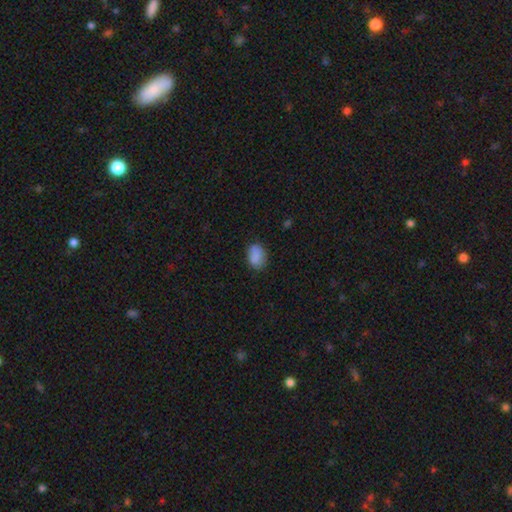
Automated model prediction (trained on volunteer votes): Smooth or featured? Predicted: smooth (p=0.86). How rounded? Predicted: in between (p=0.80). Merging? Predicted: none (p=0.74).